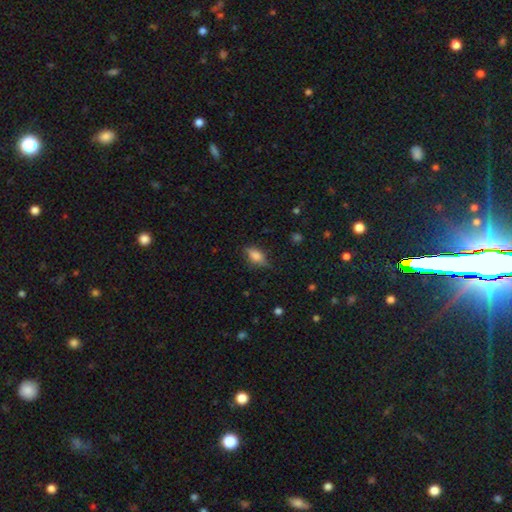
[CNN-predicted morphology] smooth_or_featured: smooth (p=0.71) [alt: featured or disk p=0.21]
how_rounded: in between (p=0.80) [alt: cigar-shaped p=0.14]
merging: none (p=0.73) [alt: minor disturbance p=0.21]